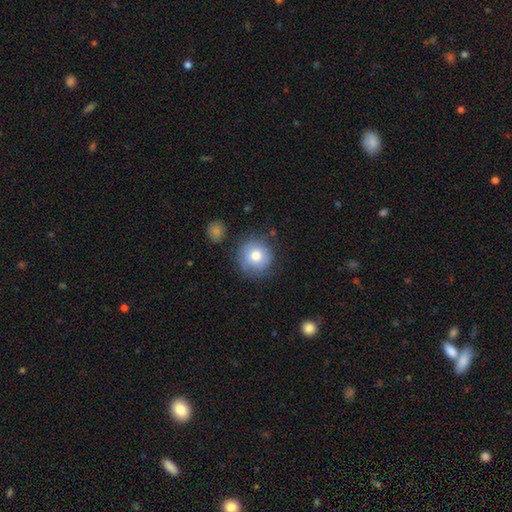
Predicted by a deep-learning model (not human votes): smooth_or_featured: smooth (p=0.75) [alt: featured or disk p=0.18]
how_rounded: round (p=0.93) [alt: in between p=0.06]
merging: none (p=0.76) [alt: minor disturbance p=0.16]